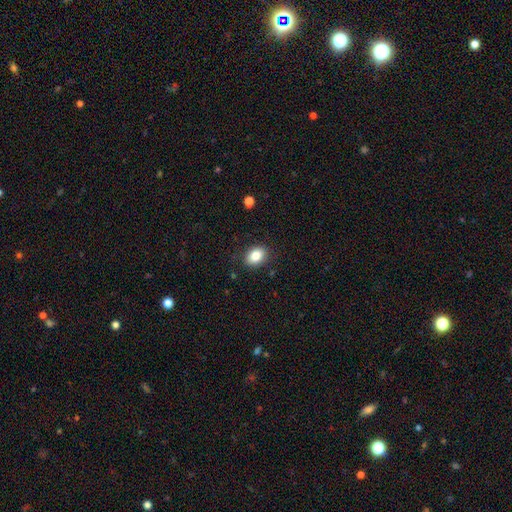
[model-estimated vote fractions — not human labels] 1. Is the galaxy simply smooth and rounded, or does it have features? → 83% smooth, 9% star or artifact, 8% featured or disk.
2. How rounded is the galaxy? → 76% in between, 23% round, 1% cigar-shaped.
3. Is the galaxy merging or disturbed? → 87% none, 10% minor disturbance, 2% major disturbance, 1% merger.